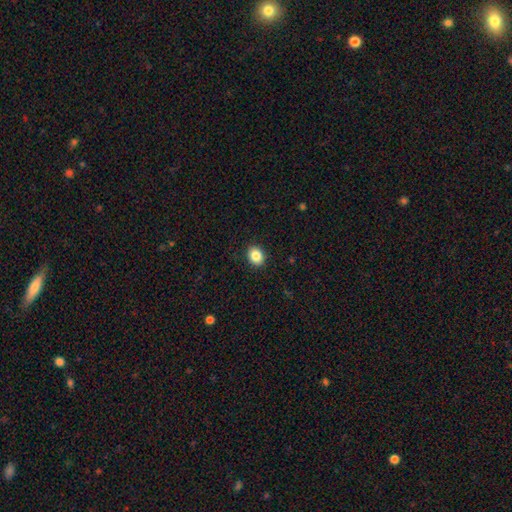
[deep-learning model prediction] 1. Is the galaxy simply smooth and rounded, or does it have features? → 86% smooth, 9% star or artifact, 5% featured or disk.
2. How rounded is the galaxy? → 50% in between, 49% round, 1% cigar-shaped.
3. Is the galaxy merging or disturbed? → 91% none, 6% minor disturbance, 2% major disturbance, 1% merger.